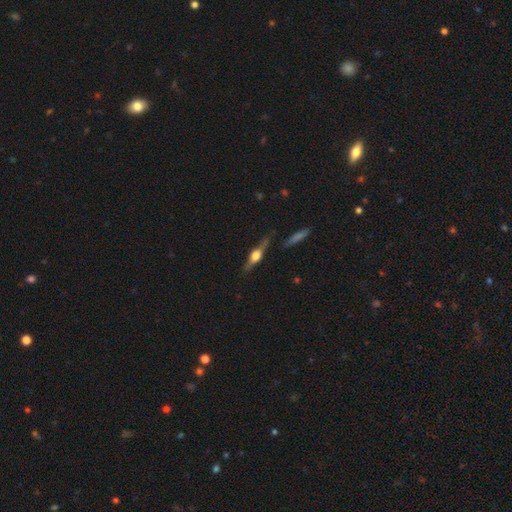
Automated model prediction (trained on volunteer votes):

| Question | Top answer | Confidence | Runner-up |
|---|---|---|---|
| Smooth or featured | featured or disk | 69% | smooth (25%) |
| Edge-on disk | yes | 94% | no (6%) |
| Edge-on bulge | rounded | 92% | boxy (6%) |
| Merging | none | 75% | minor disturbance (16%) |